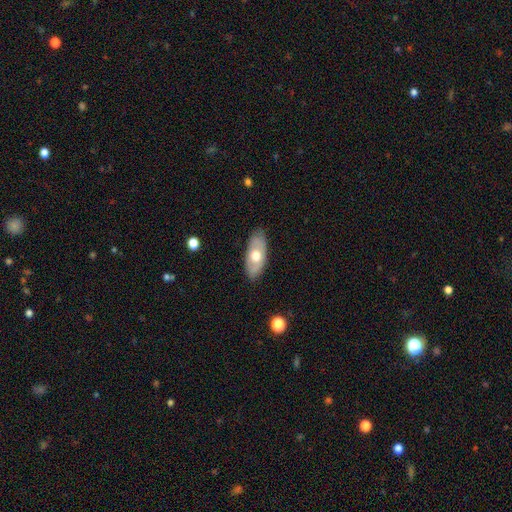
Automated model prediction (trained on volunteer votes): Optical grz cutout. It shows a smooth galaxy with no disk features (54%) that is in between round and cigar-shaped (89%). Merging: none (82%).